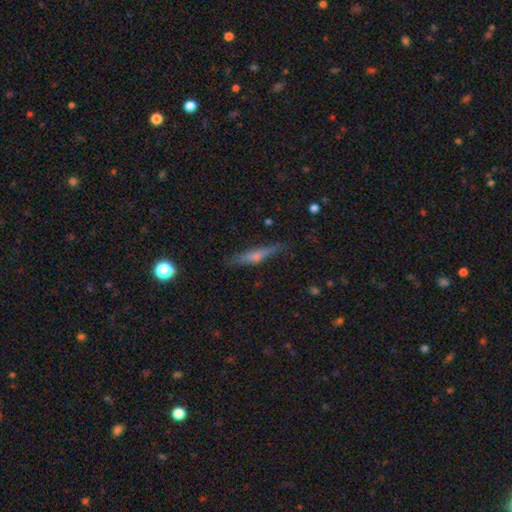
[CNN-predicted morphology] featured or disk 50%, smooth 42%, star or artifact 9%. Down the decision tree: merging — none (81%).